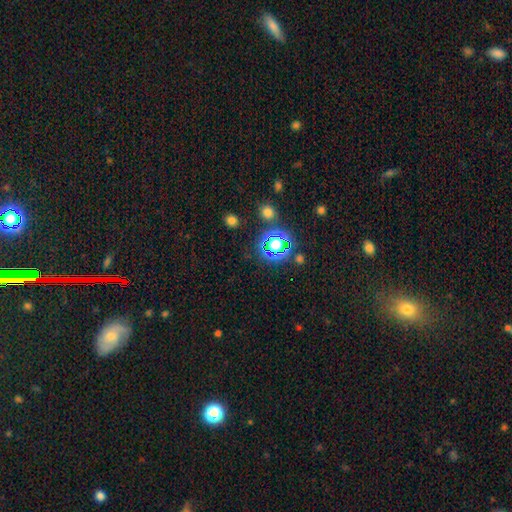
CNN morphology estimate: smooth_or_featured: star or artifact (p=0.69) [alt: smooth p=0.21]